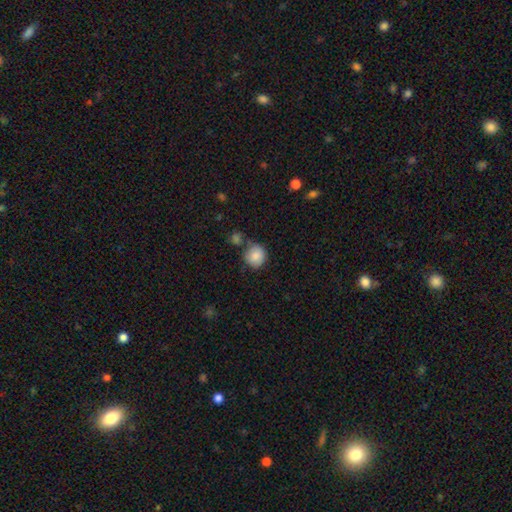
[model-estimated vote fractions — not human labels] Morphology: type=smooth (86%); roundness=round (88%); merging=none (64%).